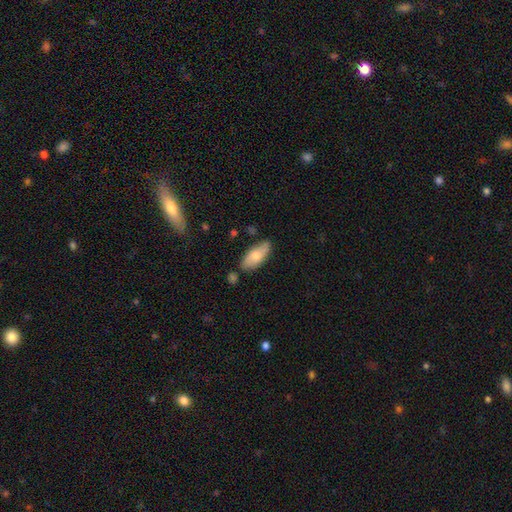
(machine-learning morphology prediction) Overall: smooth (66%; featured or disk 28%). How rounded: in between (86%). Merging: none (71%).